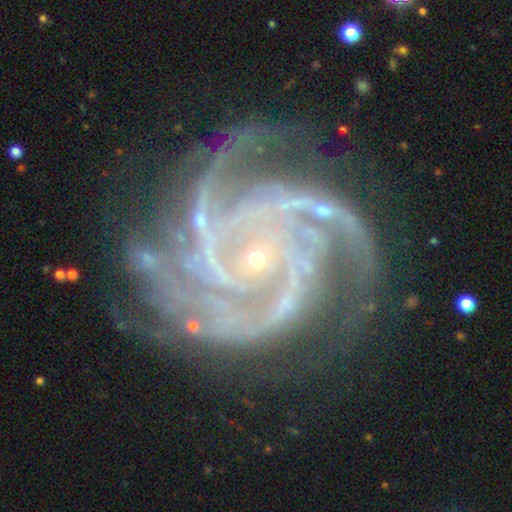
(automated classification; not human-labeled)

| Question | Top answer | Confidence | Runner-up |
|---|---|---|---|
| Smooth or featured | featured or disk | 93% | star or artifact (5%) |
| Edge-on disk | no | 98% | yes (2%) |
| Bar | no | 67% | weak (21%) |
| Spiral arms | yes | 99% | no (1%) |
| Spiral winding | tight | 60% | medium (36%) |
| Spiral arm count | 4 | 37% | 3 (29%) |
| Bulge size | small | 88% | moderate (7%) |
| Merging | none | 72% | minor disturbance (18%) |